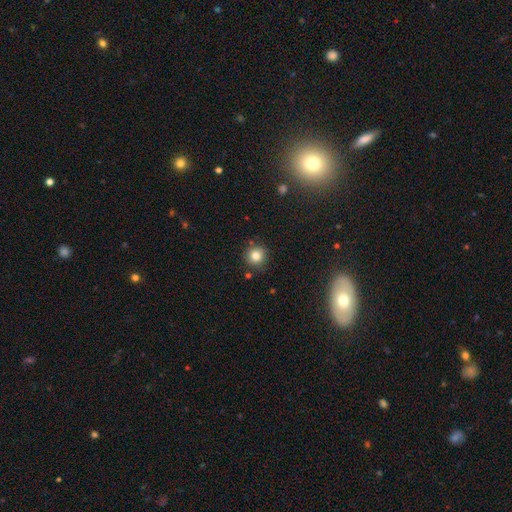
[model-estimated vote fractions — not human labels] smooth_or_featured: smooth (p=0.81) [alt: star or artifact p=0.12]
how_rounded: round (p=0.93) [alt: in between p=0.06]
merging: none (p=0.85) [alt: minor disturbance p=0.09]